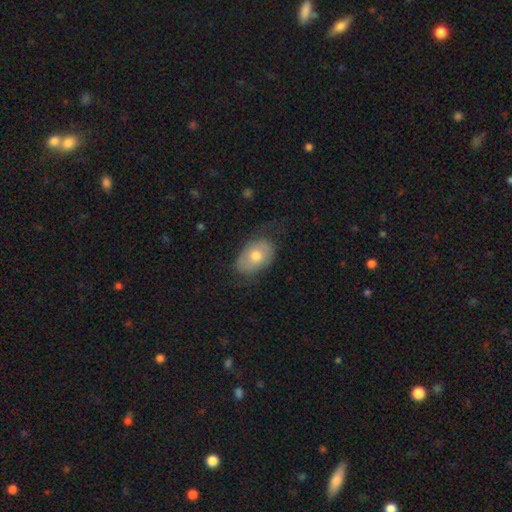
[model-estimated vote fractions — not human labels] A smooth galaxy with no disk features (63%) that is in between round and cigar-shaped (86%). Merging: none (62%).